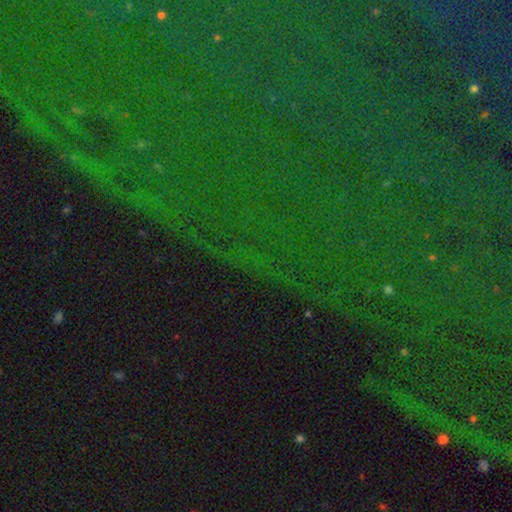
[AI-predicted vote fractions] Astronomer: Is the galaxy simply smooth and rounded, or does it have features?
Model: star or artifact — 84%.